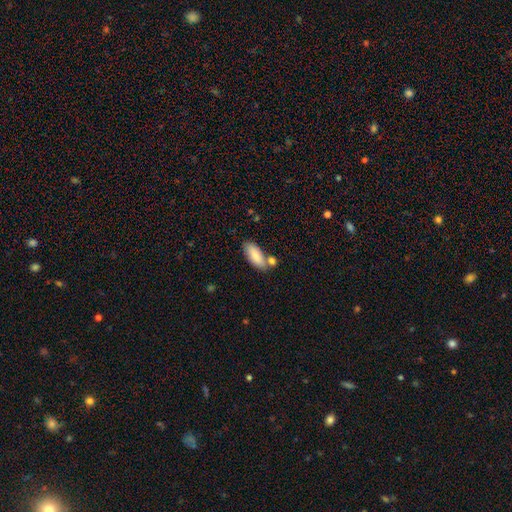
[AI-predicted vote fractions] smooth 85%, featured or disk 9%, star or artifact 6%. Down the decision tree: how rounded — in between (81%); merging — none (61%).